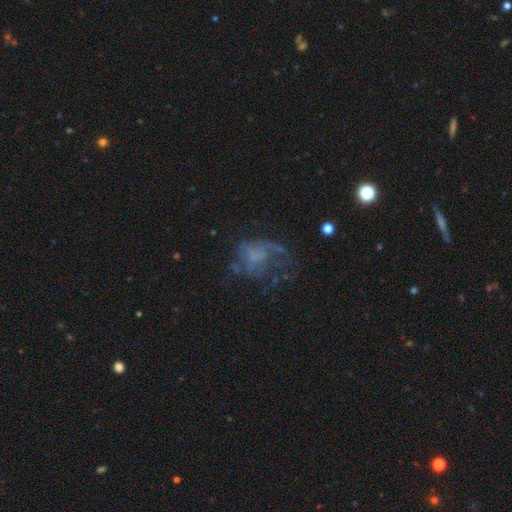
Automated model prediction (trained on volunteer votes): smooth-or-featured: featured or disk: 51% | smooth: 31% | star or artifact: 18%
  disk-edge-on: no: 98% | yes: 2%
    bar: no: 82% | weak: 15% | strong: 2%
    has-spiral-arms: no: 67% | yes: 33%
    bulge-size: none: 60% | small: 19% | moderate: 15% | large: 4% | dominant: 1%
  merging: major disturbance: 45% | none: 33% | minor disturbance: 18% | merger: 4%